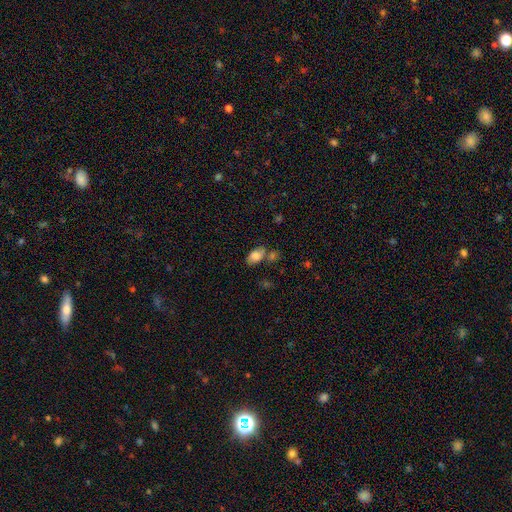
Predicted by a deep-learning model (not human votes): Morphology: type=smooth (75%); roundness=in between (92%); merging=none (54%).